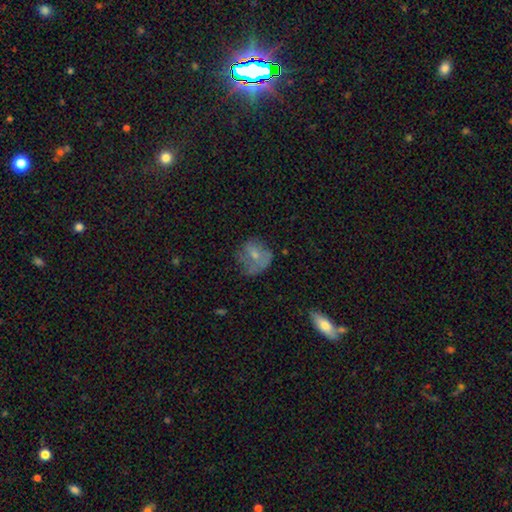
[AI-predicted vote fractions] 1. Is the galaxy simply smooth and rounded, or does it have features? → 56% smooth, 32% featured or disk, 11% star or artifact.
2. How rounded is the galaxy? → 65% round, 34% in between, 1% cigar-shaped.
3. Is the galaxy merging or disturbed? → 45% none, 28% minor disturbance, 25% major disturbance, 3% merger.